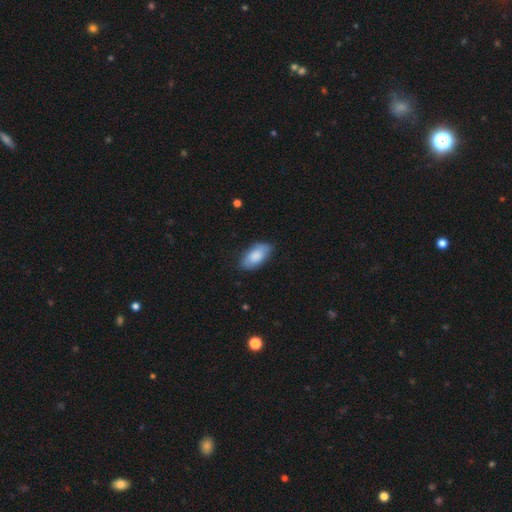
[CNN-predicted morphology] smooth_or_featured: smooth (p=0.81) [alt: featured or disk p=0.13]
how_rounded: in between (p=0.93) [alt: cigar-shaped p=0.05]
merging: none (p=0.78) [alt: minor disturbance p=0.18]